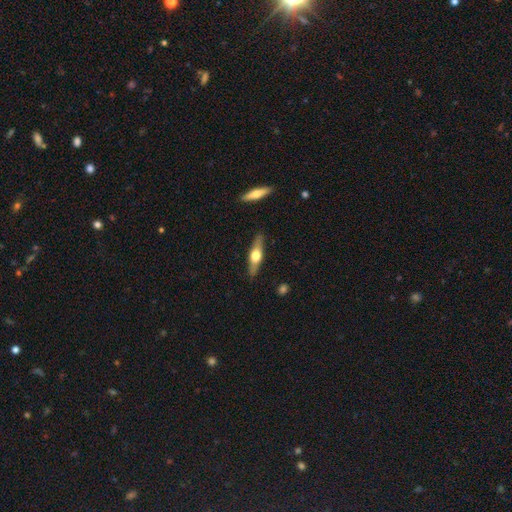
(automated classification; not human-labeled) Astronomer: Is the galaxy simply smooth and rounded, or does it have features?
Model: featured or disk — 58% (runner-up: smooth, 37%).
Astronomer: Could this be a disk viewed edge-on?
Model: yes — 93%.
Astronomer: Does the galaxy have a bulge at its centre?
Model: rounded — 94%.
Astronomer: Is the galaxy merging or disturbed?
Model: none — 87%.